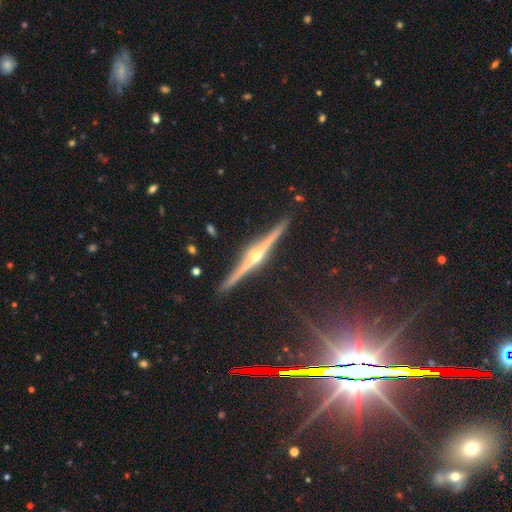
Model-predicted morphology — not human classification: smooth_or_featured: featured or disk (p=0.85) [alt: star or artifact p=0.08]
disk_edge_on: yes (p=0.98) [alt: no p=0.02]
edge_on_bulge: rounded (p=0.93) [alt: none p=0.04]
merging: none (p=0.91) [alt: minor disturbance p=0.06]